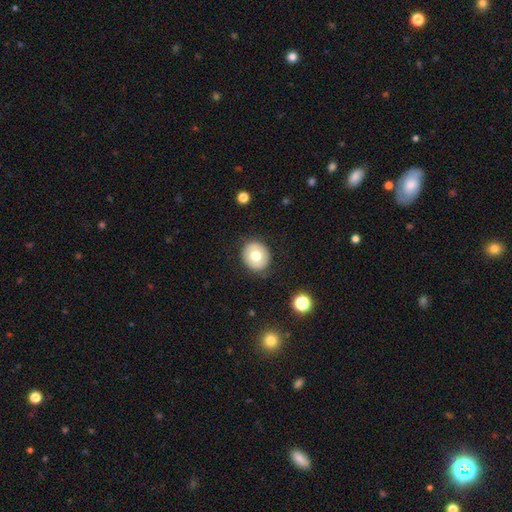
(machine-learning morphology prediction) The model was most divided on "smooth or featured": smooth: 70%, featured or disk: 21%, star or artifact: 9%. More confident: merging — none (86%); how rounded — round (77%).